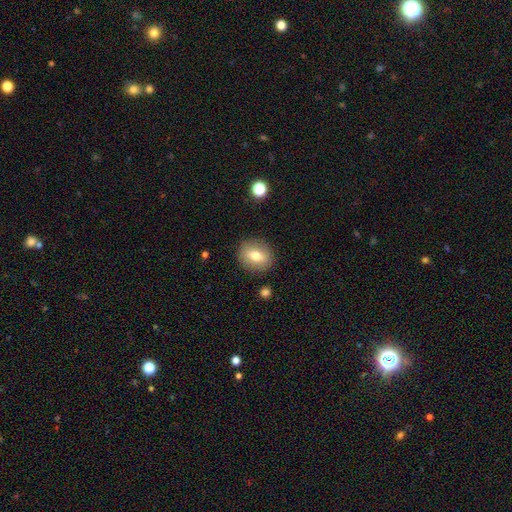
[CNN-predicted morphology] smooth_or_featured: smooth (p=0.69) [alt: featured or disk p=0.22]
how_rounded: round (p=0.61) [alt: in between p=0.38]
merging: none (p=0.87) [alt: minor disturbance p=0.09]